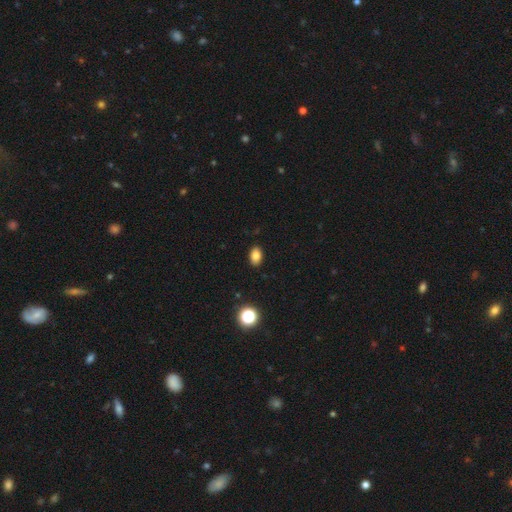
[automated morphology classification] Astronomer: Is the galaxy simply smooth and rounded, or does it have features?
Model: smooth — 83%.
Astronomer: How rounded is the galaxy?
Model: in between — 84%.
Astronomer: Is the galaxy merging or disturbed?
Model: none — 90%.